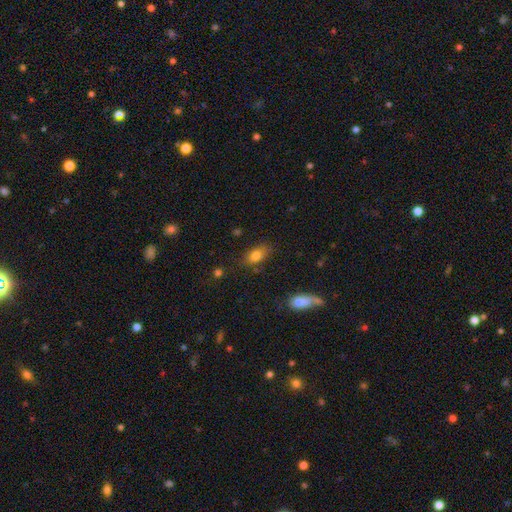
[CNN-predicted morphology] Q: Smooth or featured?
A: smooth (80%); runner-up: featured or disk (11%)
Q: How rounded?
A: in between (84%); runner-up: round (10%)
Q: Merging?
A: none (75%); runner-up: minor disturbance (17%)